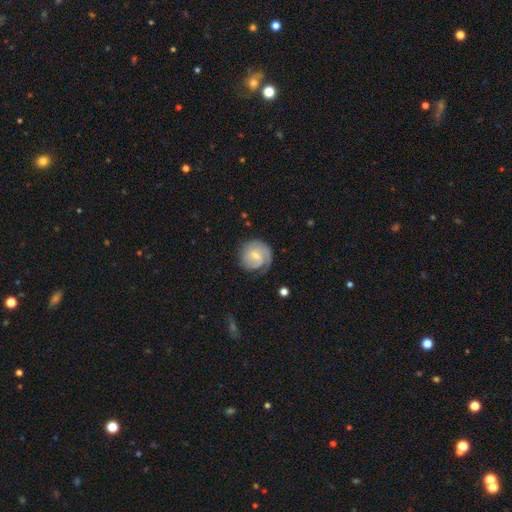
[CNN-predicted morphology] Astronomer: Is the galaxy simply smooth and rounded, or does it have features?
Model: featured or disk — 67%.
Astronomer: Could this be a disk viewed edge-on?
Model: no — 98%.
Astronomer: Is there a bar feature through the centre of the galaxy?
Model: no — 46%, tied with weak at 46%.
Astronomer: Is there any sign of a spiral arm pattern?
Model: yes — 91%.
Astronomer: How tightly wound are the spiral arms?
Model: tight — 60%.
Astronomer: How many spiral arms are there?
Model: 1 — 36% (runner-up: 2, 30%).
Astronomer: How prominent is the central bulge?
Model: small — 62%.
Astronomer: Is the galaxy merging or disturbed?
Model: none — 67%.